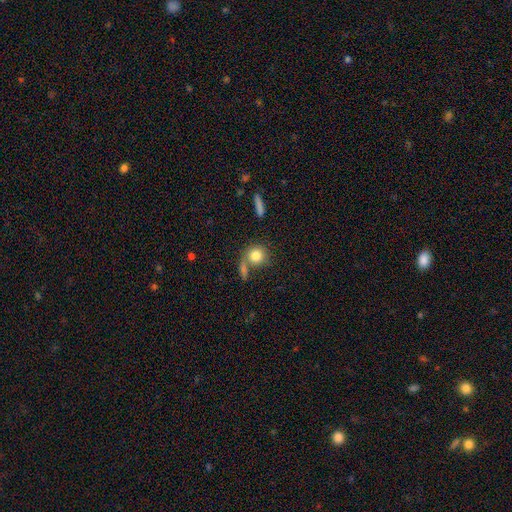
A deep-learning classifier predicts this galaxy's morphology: A smooth galaxy with no disk features (81%) that is round (83%). Merging: none (51%).